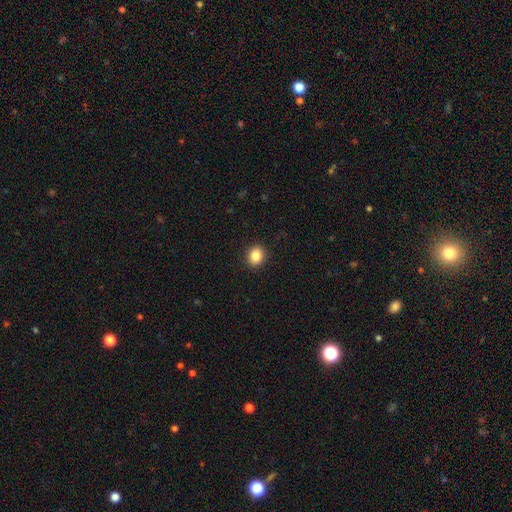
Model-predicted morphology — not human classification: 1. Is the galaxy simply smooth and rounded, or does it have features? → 85% smooth, 10% star or artifact, 5% featured or disk.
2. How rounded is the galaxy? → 68% round, 31% in between, 1% cigar-shaped.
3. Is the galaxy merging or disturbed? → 92% none, 6% minor disturbance, 2% major disturbance, 1% merger.